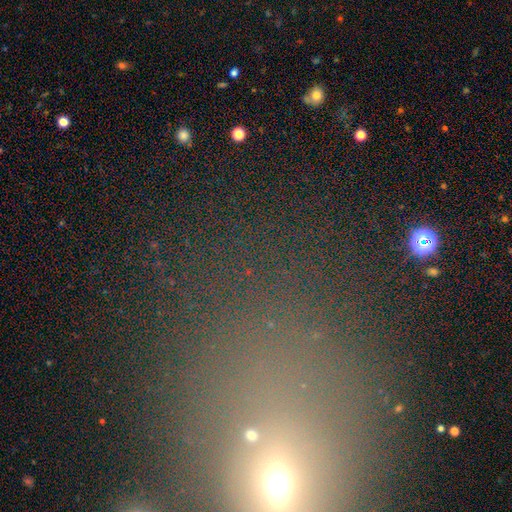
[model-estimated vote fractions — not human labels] Smooth or featured: star or artifact — 57% (smooth — 29%)